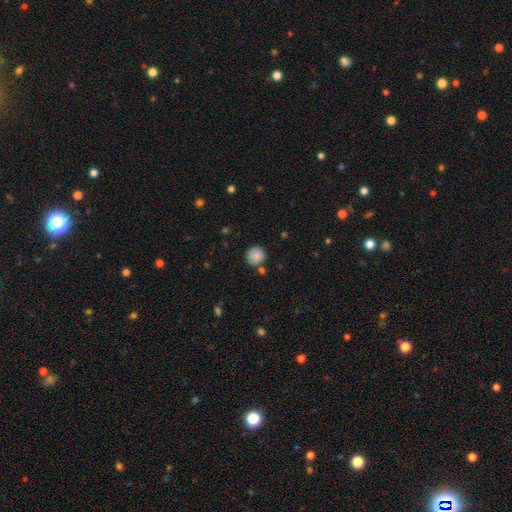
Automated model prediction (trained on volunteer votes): This is clearly a smooth galaxy (86%). How rounded: clearly round (92%). Merging: likely none (78%).